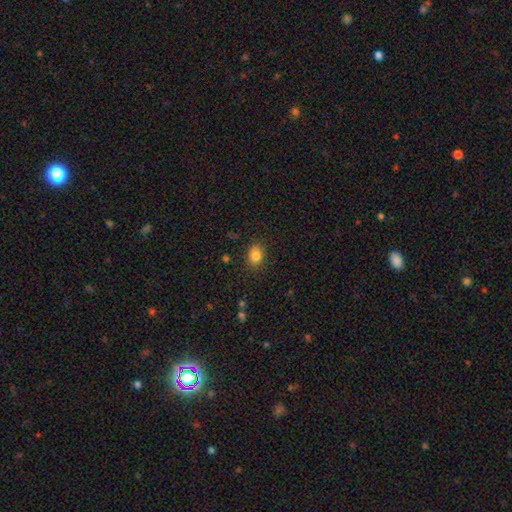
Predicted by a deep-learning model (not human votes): A smooth galaxy with no disk features (83%) that is in between round and cigar-shaped (52%).

Vote fractions:
- Smooth or featured? smooth: 83% / star or artifact: 11% / featured or disk: 7%
- How rounded? in between: 52% / round: 47% / cigar-shaped: 1%
- Merging? none: 82% / minor disturbance: 13% / major disturbance: 3% / merger: 1%